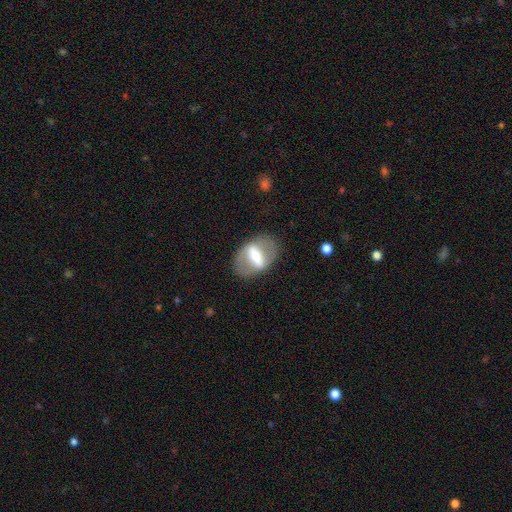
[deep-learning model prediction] Overall: featured or disk (63%; smooth 30%). Edge-on disk: no (79%). Merging: none (78%).